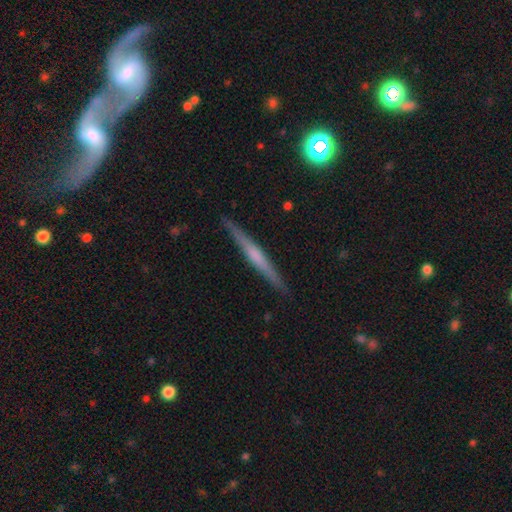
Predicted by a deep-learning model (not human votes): Smooth or featured?
  - featured or disk: 64% *
  - smooth: 30%
  - star or artifact: 6%
Edge-on disk?
  - yes: 98% *
  - no: 2%
Edge-on bulge?
  - rounded: 43% *
  - none: 40%
  - boxy: 17%
Merging?
  - none: 91% *
  - minor disturbance: 6%
  - major disturbance: 1%
  - merger: 1%